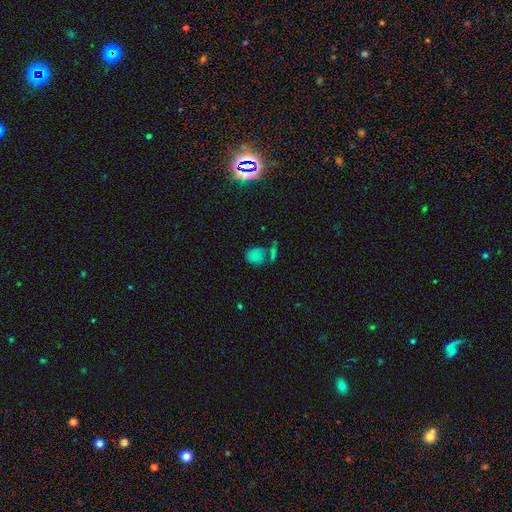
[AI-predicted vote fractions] Smooth or featured? smooth (71%)
How rounded? round (67%)
Merging? none (49%)